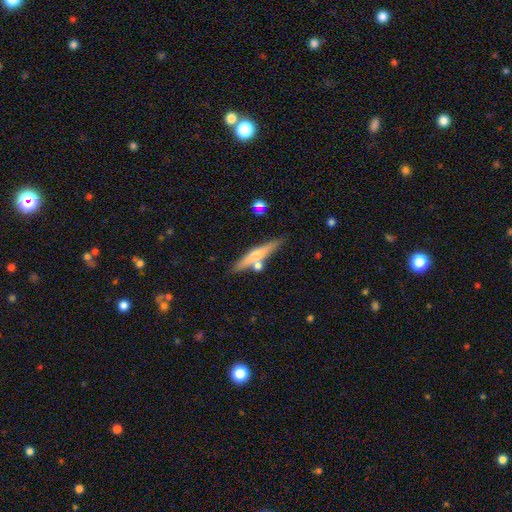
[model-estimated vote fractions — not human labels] Overall: smooth (50%; featured or disk 44%). Merging: none (72%).